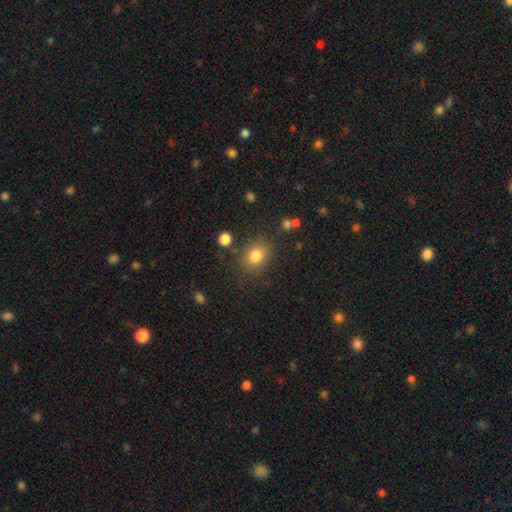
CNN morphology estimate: Q: Smooth or featured?
A: smooth (81%); runner-up: star or artifact (12%)
Q: How rounded?
A: round (54%); runner-up: in between (45%)
Q: Merging?
A: none (79%); runner-up: minor disturbance (12%)